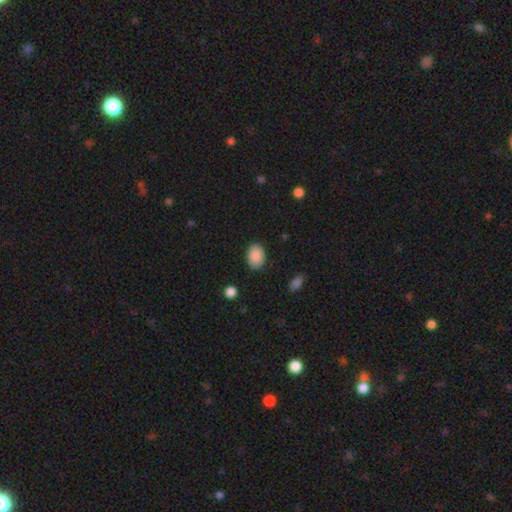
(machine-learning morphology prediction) smooth 89%, star or artifact 7%, featured or disk 4%. Down the decision tree: how rounded — in between (82%); merging — none (87%).